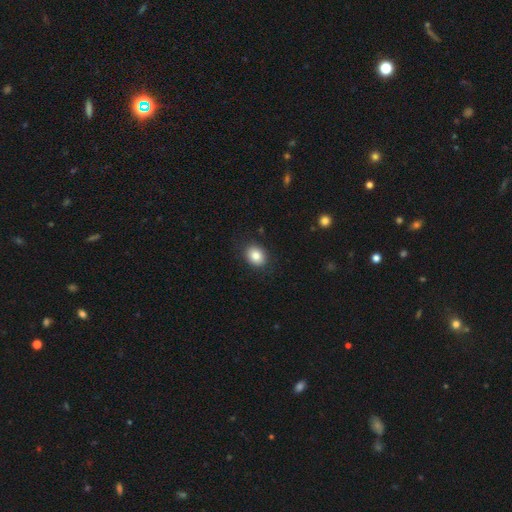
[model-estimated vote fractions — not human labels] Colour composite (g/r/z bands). It shows a smooth galaxy with no disk features (84%) that is in between round and cigar-shaped (54%). Merging: none (87%).